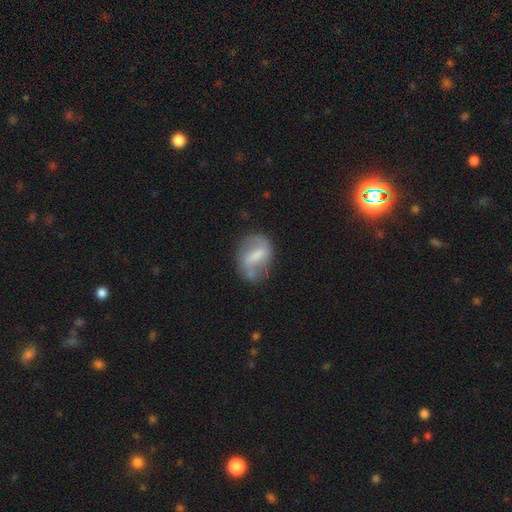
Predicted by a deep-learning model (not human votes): The model was most divided on "bulge size": none: 34%, moderate: 28%, small: 23%, large: 11%, dominant: 2%. Remaining: edge-on disk — no (95%); merging — none (57%); spiral arms — yes (56%); smooth or featured — featured or disk (54%); bar — strong (44%).